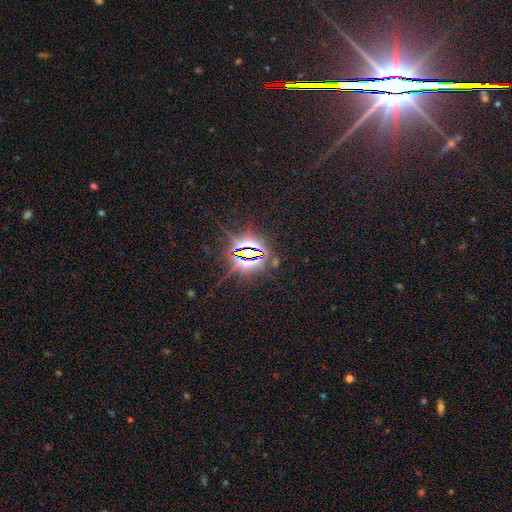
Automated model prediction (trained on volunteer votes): smooth-or-featured: star or artifact: 82% | smooth: 9% | featured or disk: 9%